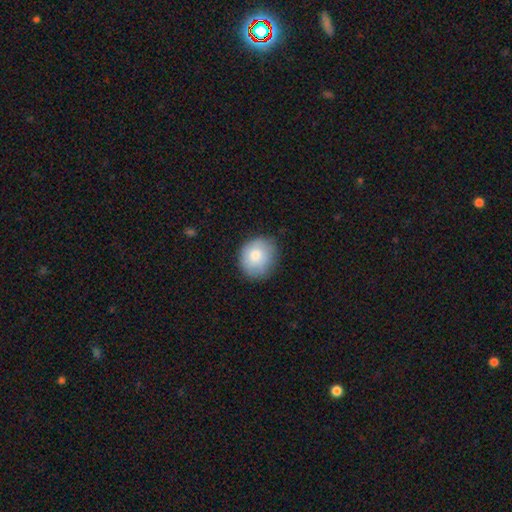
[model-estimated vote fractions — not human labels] This is likely a smooth galaxy (79%). How rounded: likely round (76%). Merging: likely none (76%).